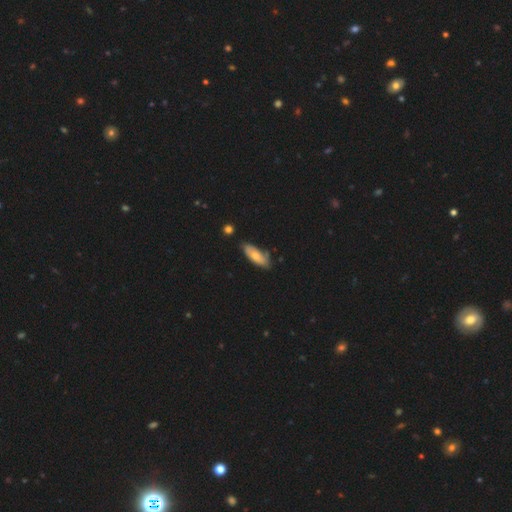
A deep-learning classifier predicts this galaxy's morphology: A smooth galaxy with no disk features (68%) that is in between round and cigar-shaped (69%). Merging: none (72%).